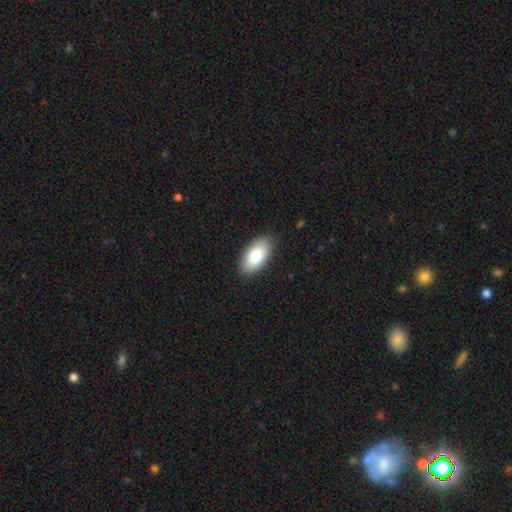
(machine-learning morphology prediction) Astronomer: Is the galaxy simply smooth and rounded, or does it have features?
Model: smooth — 83%.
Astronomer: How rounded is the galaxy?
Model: in between — 94%.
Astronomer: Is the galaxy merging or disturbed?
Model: none — 88%.